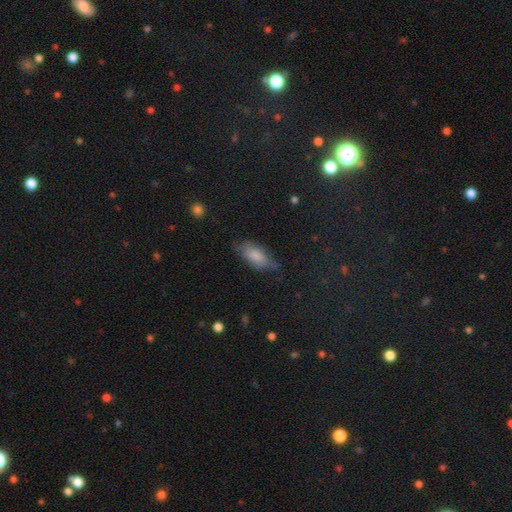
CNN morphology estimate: Smooth or featured? Predicted: smooth (p=0.78). How rounded? Predicted: in between (p=0.85). Merging? Predicted: none (p=0.59).